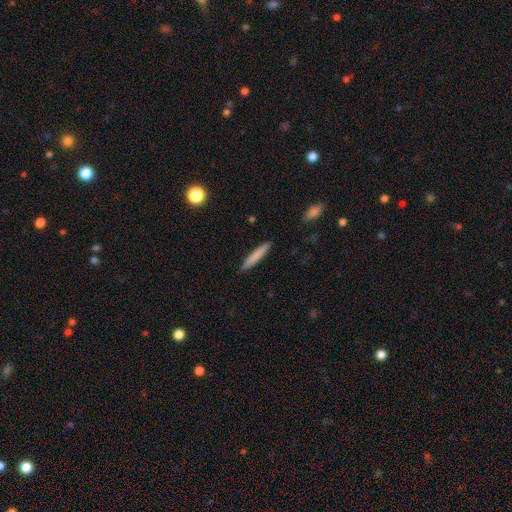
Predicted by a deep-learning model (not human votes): Smooth or featured?
  - smooth: 80% *
  - featured or disk: 14%
  - star or artifact: 6%
How rounded?
  - cigar-shaped: 93% *
  - in between: 5%
  - round: 1%
Merging?
  - none: 91% *
  - minor disturbance: 7%
  - major disturbance: 1%
  - merger: 1%